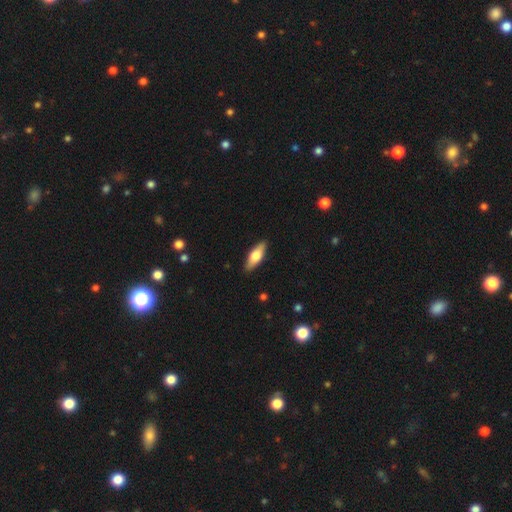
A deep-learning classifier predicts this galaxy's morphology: Q: Smooth or featured?
A: smooth (62%); runner-up: featured or disk (33%)
Q: How rounded?
A: in between (60%); runner-up: cigar-shaped (37%)
Q: Merging?
A: none (89%); runner-up: minor disturbance (9%)